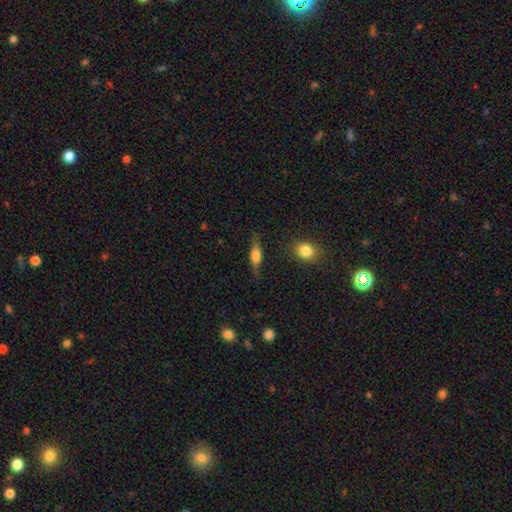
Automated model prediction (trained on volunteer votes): This appears to be a smooth galaxy with no disk features (51%) that is in between round and cigar-shaped (54%). Merging: none (72%).